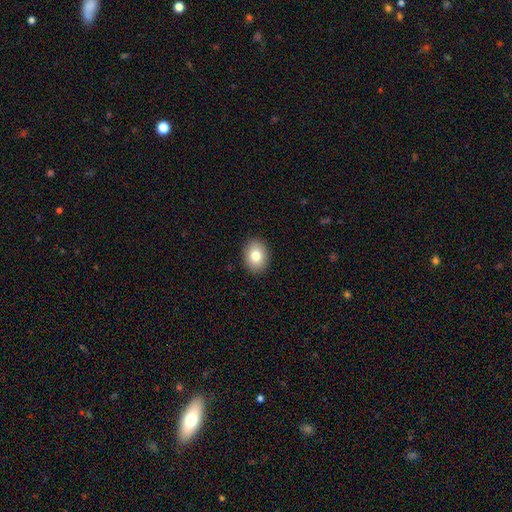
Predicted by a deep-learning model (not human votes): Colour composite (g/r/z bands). It shows a smooth galaxy with no disk features (81%) that is in between round and cigar-shaped (62%). Merging: none (91%).